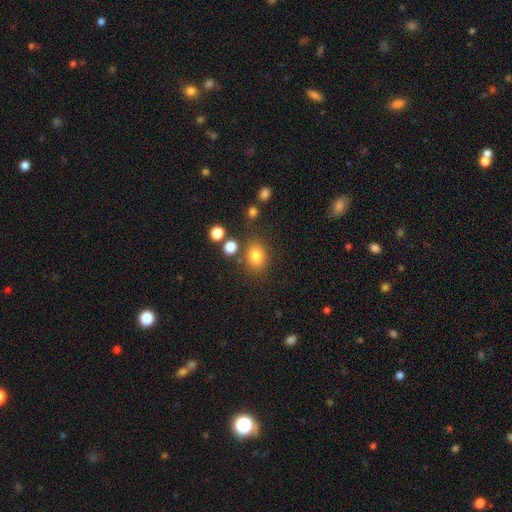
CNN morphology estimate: Smooth or featured? Predicted: smooth (p=0.80). How rounded? Predicted: in between (p=0.54). Merging? Predicted: none (p=0.74).